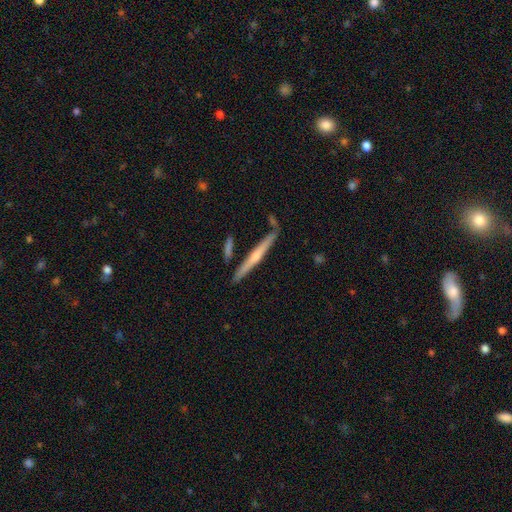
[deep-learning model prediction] A featured or disk galaxy (74%) viewed edge-on (97%) with a rounded central bulge (79%). Merging: none (84%).